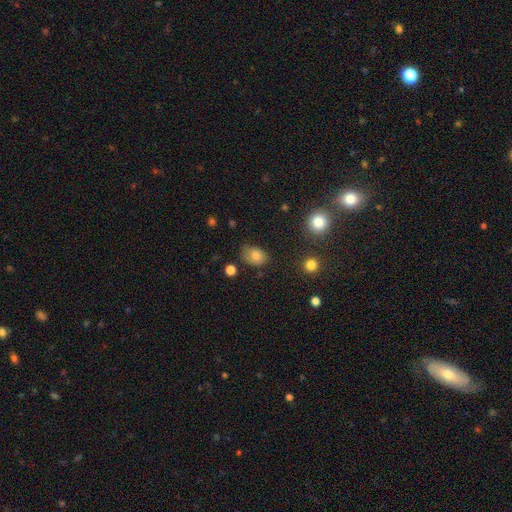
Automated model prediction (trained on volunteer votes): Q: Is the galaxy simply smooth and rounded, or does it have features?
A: smooth — 79%.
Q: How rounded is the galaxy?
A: in between — 72%.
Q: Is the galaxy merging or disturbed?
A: none — 64%.